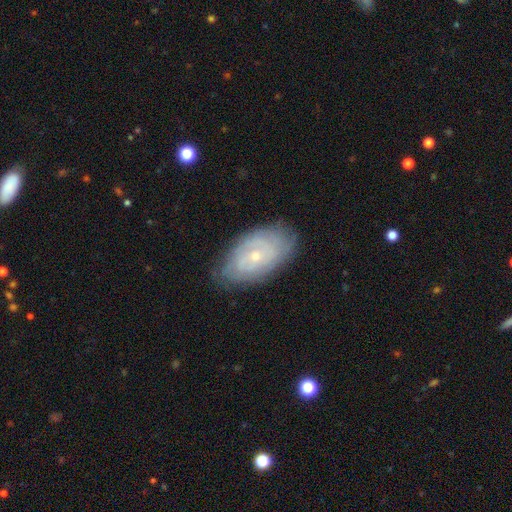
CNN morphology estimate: This appears to be a featured or disk galaxy (64%) with no bar (78%), spiral arms (75%) and a small central bulge (75%). Merging: none (76%).